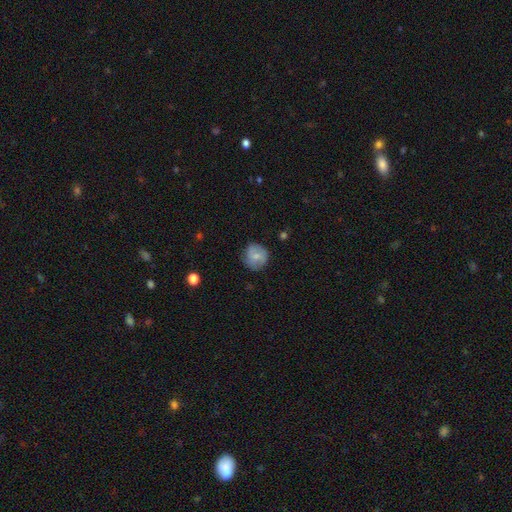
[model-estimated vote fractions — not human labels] Smooth or featured? smooth (72%)
How rounded? round (89%)
Merging? none (78%)